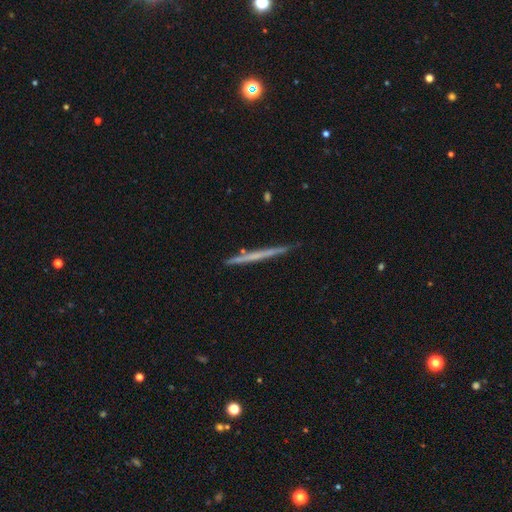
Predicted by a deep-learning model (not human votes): A featured or disk galaxy (55%) viewed edge-on (97%) with no central bulge (87%).

Vote fractions:
- Smooth or featured? featured or disk: 55% / smooth: 39% / star or artifact: 6%
- Edge-on disk? yes: 97% / no: 3%
- Edge-on bulge? none: 87% / rounded: 9% / boxy: 4%
- Merging? none: 88% / minor disturbance: 9% / merger: 2% / major disturbance: 2%